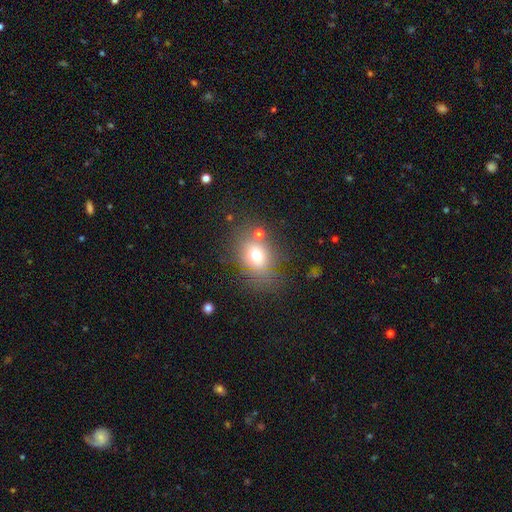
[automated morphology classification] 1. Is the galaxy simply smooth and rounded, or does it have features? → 68% smooth, 17% featured or disk, 16% star or artifact.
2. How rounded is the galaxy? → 50% in between, 48% round, 1% cigar-shaped.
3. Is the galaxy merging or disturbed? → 65% none, 17% minor disturbance, 9% merger, 9% major disturbance.